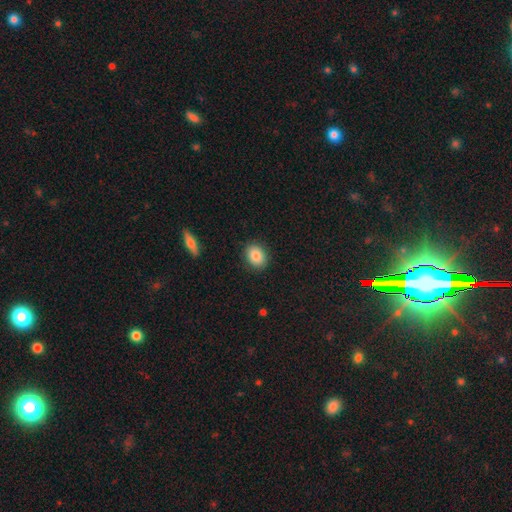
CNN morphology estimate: Smooth or featured? Predicted: smooth (p=0.85). How rounded? Predicted: in between (p=0.61). Merging? Predicted: none (p=0.89).